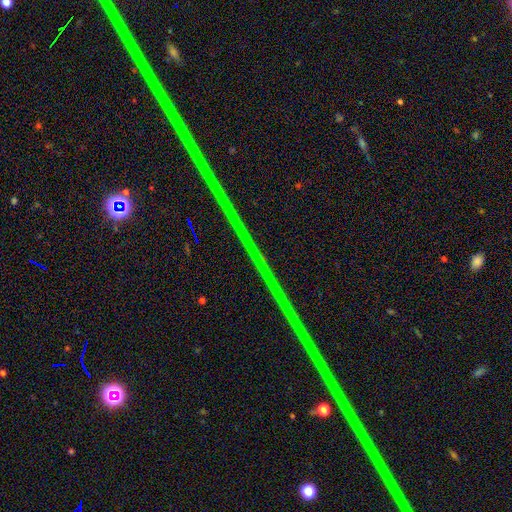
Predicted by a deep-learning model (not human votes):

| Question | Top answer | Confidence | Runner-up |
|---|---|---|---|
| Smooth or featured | star or artifact | 89% | featured or disk (7%) |